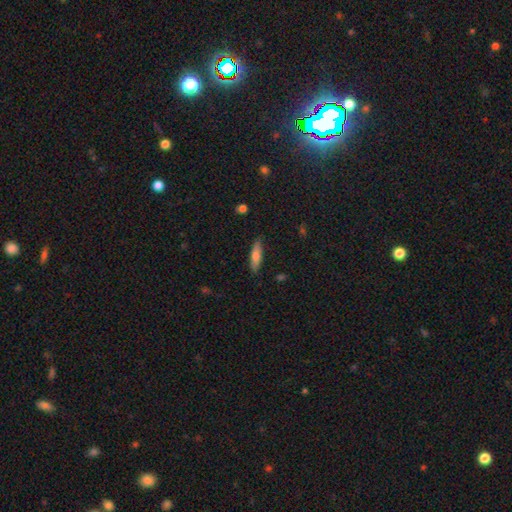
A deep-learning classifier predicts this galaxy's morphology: Smooth or featured: smooth — 72% (featured or disk — 22%)
How rounded: cigar-shaped — 71% (in between — 27%)
Merging: none — 86% (minor disturbance — 10%)